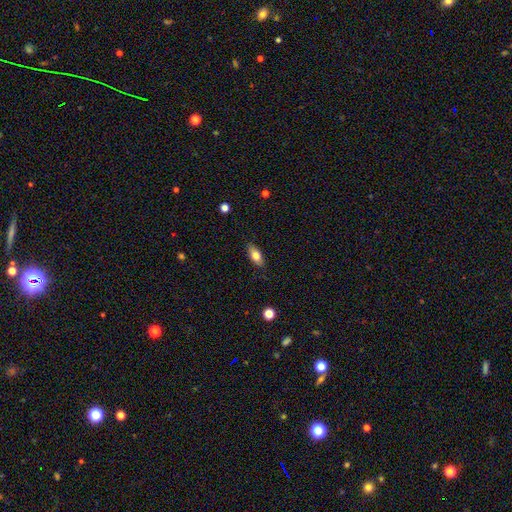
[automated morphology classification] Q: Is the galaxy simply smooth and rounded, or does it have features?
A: smooth — 76%.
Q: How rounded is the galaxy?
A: in between — 84%.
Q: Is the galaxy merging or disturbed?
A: none — 85%.